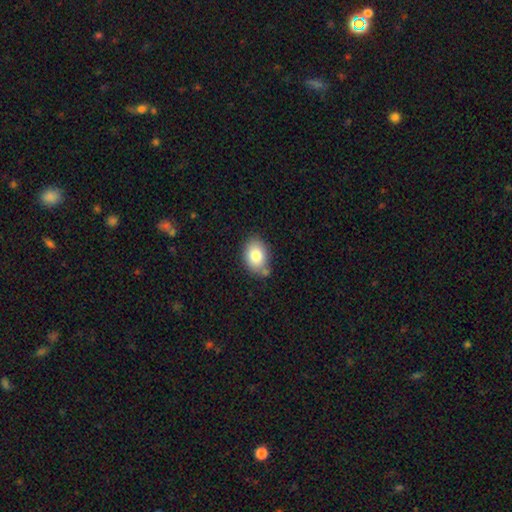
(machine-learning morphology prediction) Smooth or featured?
  - smooth: 80% *
  - featured or disk: 11%
  - star or artifact: 8%
How rounded?
  - in between: 74% *
  - round: 25%
  - cigar-shaped: 1%
Merging?
  - none: 72% *
  - minor disturbance: 18%
  - merger: 7%
  - major disturbance: 4%